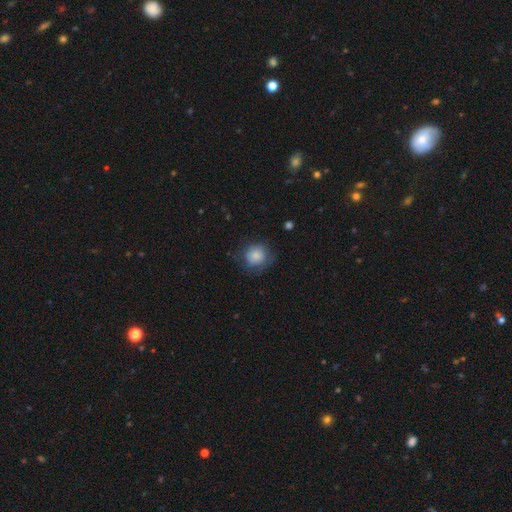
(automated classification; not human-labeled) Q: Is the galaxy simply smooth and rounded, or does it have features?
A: smooth — 81%.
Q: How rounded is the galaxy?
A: round — 86%.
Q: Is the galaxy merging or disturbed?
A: none — 70%.